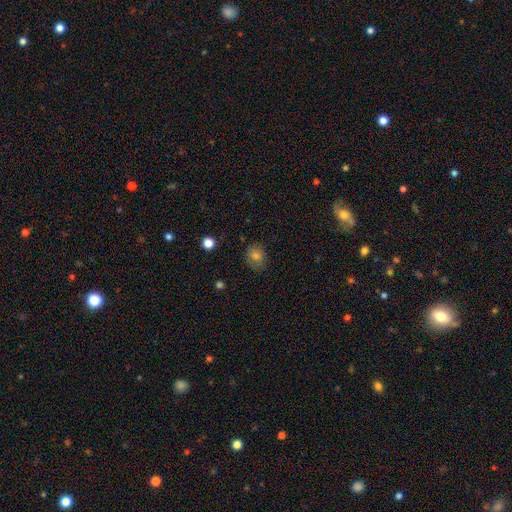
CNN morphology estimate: The model was most divided on "how rounded": round: 57%, in between: 42%, cigar-shaped: 1%. More confident: merging — none (80%); smooth or featured — smooth (73%).